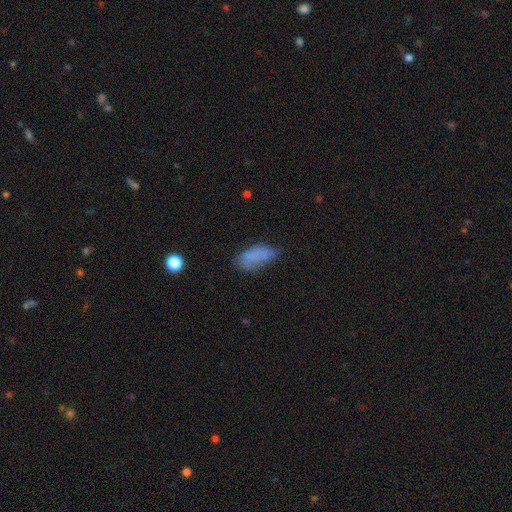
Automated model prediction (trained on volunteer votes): Smooth or featured? smooth (75%)
How rounded? in between (85%)
Merging? none (49%)